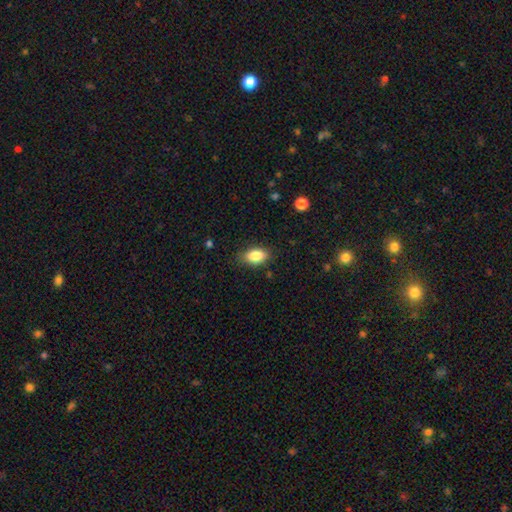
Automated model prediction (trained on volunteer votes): A smooth galaxy with no disk features (86%) that is in between round and cigar-shaped (90%). Merging: none (84%).